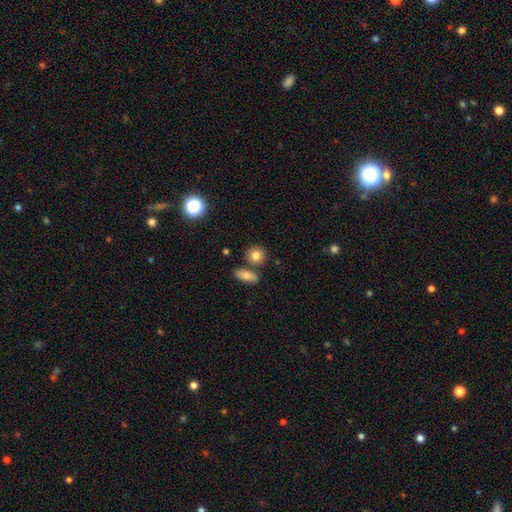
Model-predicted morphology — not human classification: Smooth or featured: smooth — 82% (star or artifact — 10%)
How rounded: round — 77% (in between — 21%)
Merging: none — 73% (merger — 14%)